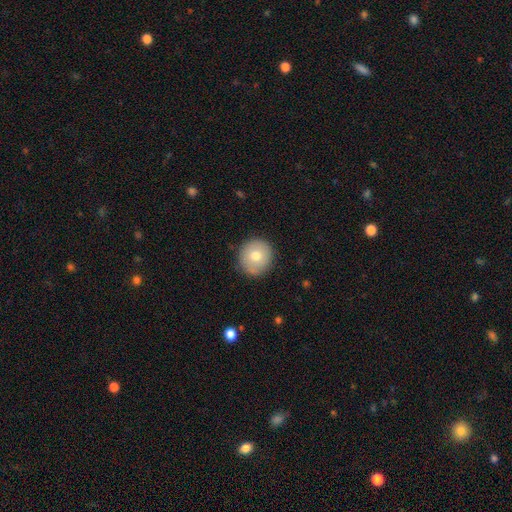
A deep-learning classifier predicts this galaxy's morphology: smooth_or_featured: smooth (p=0.74) [alt: featured or disk p=0.18]
how_rounded: round (p=0.93) [alt: in between p=0.06]
merging: none (p=0.87) [alt: minor disturbance p=0.10]